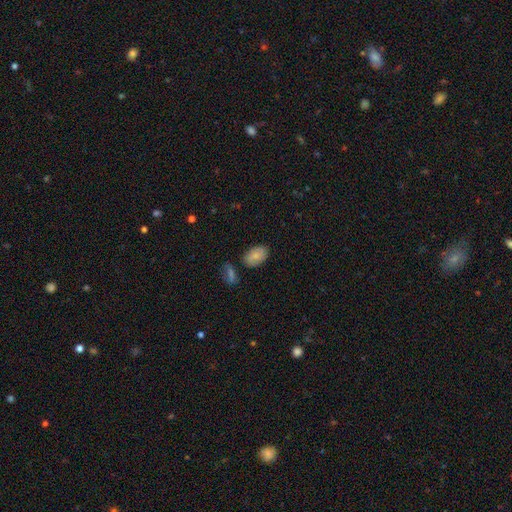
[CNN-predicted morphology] Smooth or featured?
  - smooth: 82% *
  - featured or disk: 11%
  - star or artifact: 7%
How rounded?
  - in between: 92% *
  - round: 7%
  - cigar-shaped: 1%
Merging?
  - none: 80% *
  - minor disturbance: 13%
  - merger: 5%
  - major disturbance: 3%